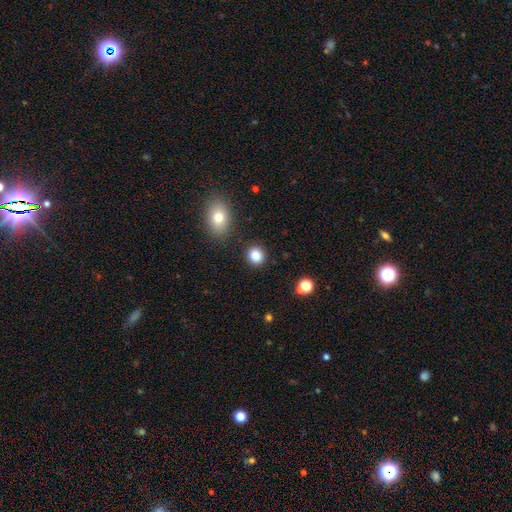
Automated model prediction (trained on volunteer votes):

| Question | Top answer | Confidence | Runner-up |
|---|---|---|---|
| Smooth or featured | smooth | 86% | star or artifact (10%) |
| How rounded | round | 76% | in between (23%) |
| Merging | none | 88% | minor disturbance (7%) |